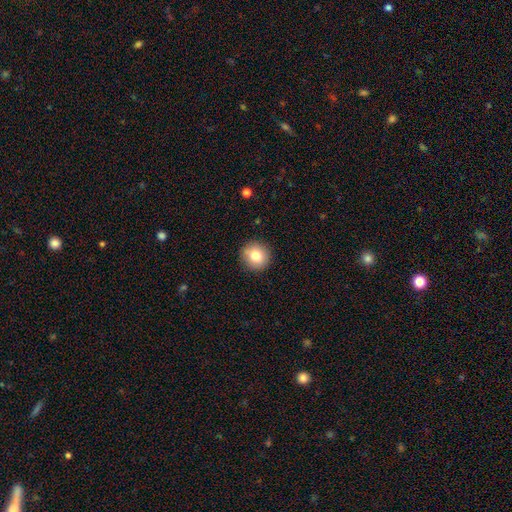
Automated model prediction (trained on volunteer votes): A smooth galaxy with no disk features (81%) that is round (93%). Merging: none (91%).